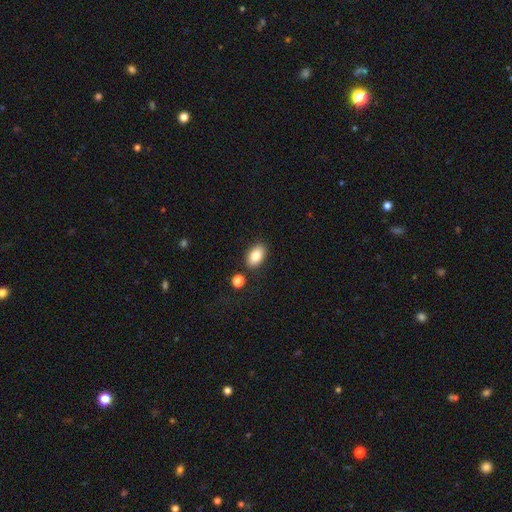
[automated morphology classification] Smooth or featured? Predicted: smooth (p=0.84). How rounded? Predicted: in between (p=0.91). Merging? Predicted: none (p=0.83).